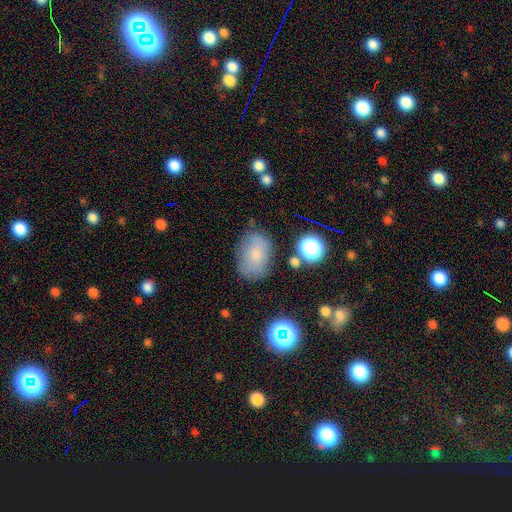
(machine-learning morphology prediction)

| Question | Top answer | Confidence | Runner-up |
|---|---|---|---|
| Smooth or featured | smooth | 73% | featured or disk (16%) |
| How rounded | in between | 80% | round (19%) |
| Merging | none | 69% | minor disturbance (20%) |